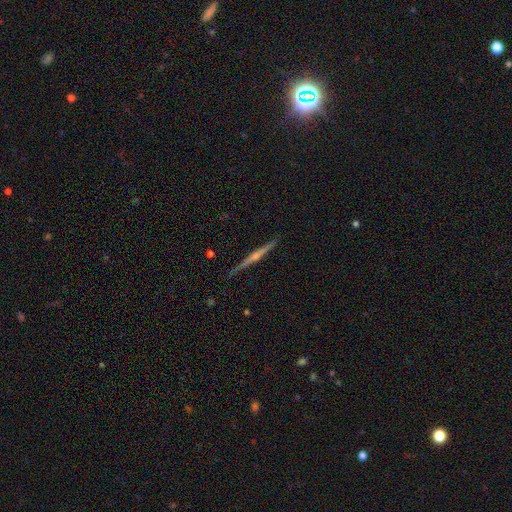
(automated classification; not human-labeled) Overall: featured or disk (80%). Edge-on disk: yes (98%). Edge-on bulge: rounded (79%). Merging: none (90%).